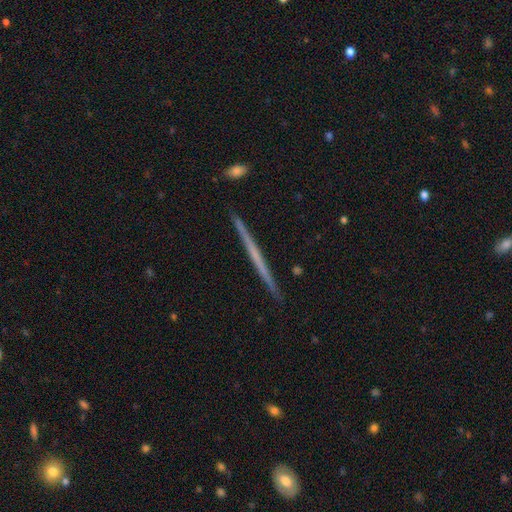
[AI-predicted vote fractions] Smooth or featured: featured or disk — 62% (smooth — 32%)
Edge-on disk: yes — 98% (no — 2%)
Edge-on bulge: none — 86% (rounded — 11%)
Merging: none — 92% (minor disturbance — 5%)